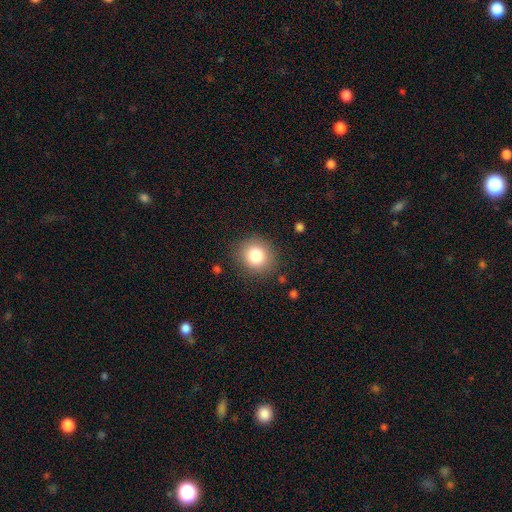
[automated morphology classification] Smooth or featured? Predicted: smooth (p=0.82). How rounded? Predicted: round (p=0.85). Merging? Predicted: none (p=0.86).